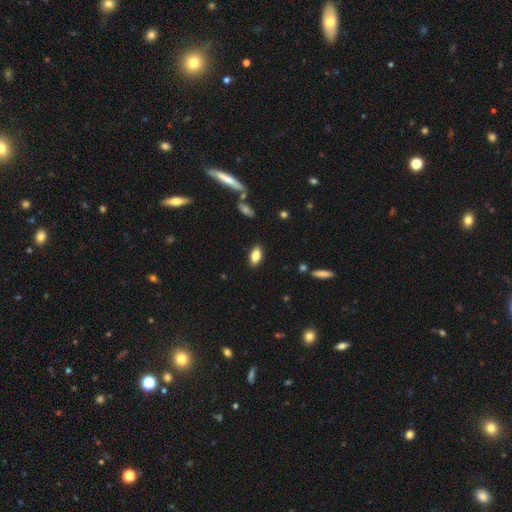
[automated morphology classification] A smooth galaxy with no disk features (80%) that is in between round and cigar-shaped (88%). Merging: none (87%).